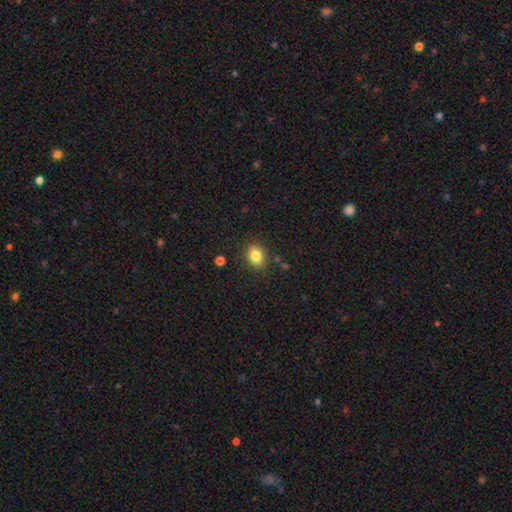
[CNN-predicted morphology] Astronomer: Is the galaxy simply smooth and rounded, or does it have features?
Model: smooth — 84%.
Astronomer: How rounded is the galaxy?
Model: in between — 51% (runner-up: round, 48%).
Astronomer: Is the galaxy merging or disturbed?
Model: none — 85%.